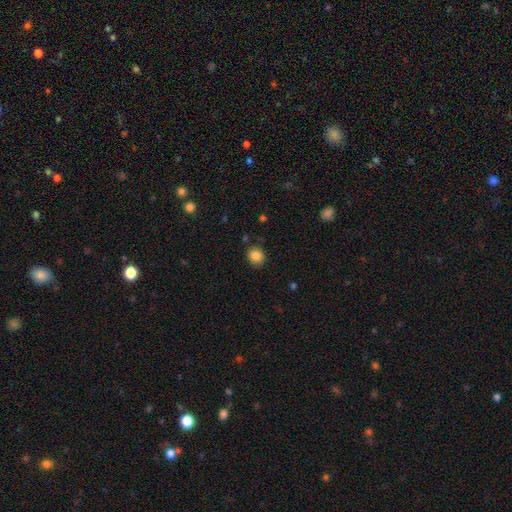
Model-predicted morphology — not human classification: This is clearly a smooth galaxy (85%). How rounded: likely round (80%). Merging: clearly none (84%).